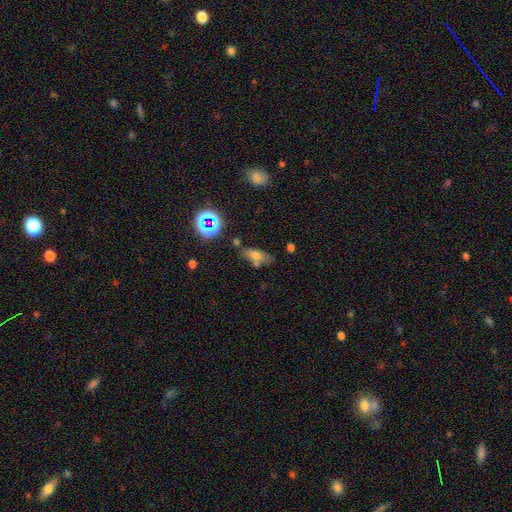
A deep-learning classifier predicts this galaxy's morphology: The model was most divided on "merging": none: 61%, minor disturbance: 20%, merger: 13%, major disturbance: 6%. More confident: how rounded — in between (75%); smooth or featured — smooth (64%).